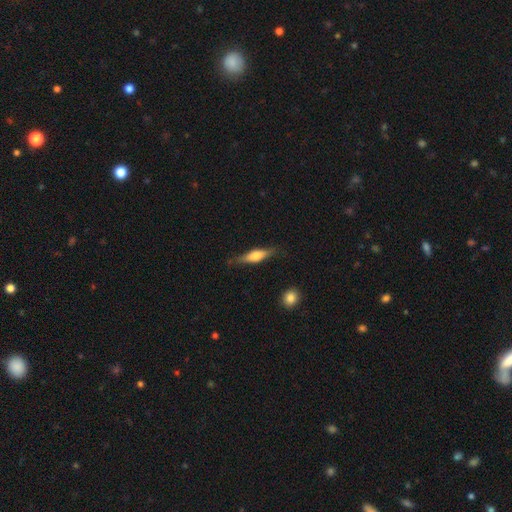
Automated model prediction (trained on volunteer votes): A featured or disk galaxy (51%) viewed edge-on (92%).

Vote fractions:
- Smooth or featured? featured or disk: 51% / smooth: 43% / star or artifact: 6%
- Edge-on disk? yes: 92% / no: 8%
- Merging? none: 79% / minor disturbance: 15% / major disturbance: 4% / merger: 2%